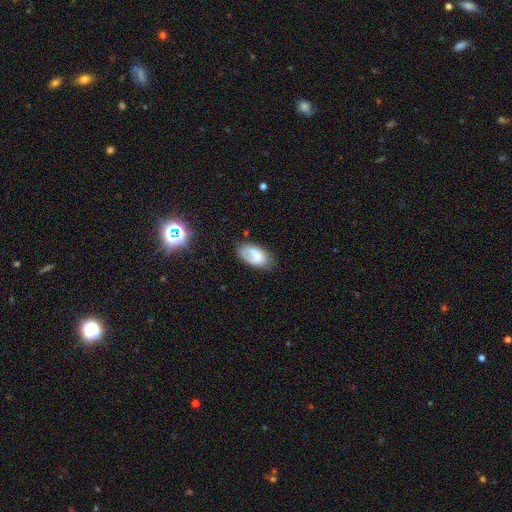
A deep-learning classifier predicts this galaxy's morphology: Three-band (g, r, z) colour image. It shows a smooth galaxy with no disk features (57%) that is in between round and cigar-shaped (93%). Merging: none (59%).